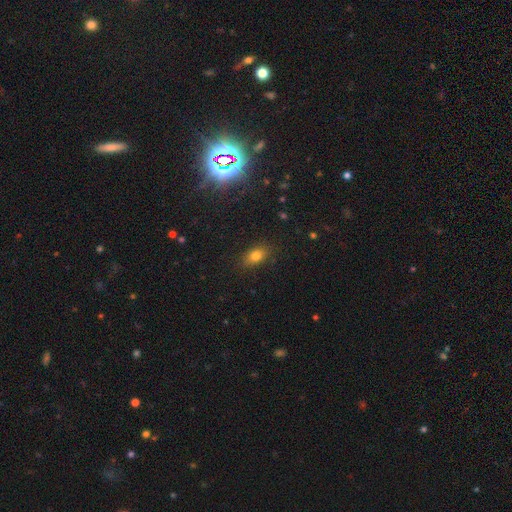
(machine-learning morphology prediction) type=smooth (79%); roundness=in between (80%); merging=none (85%).